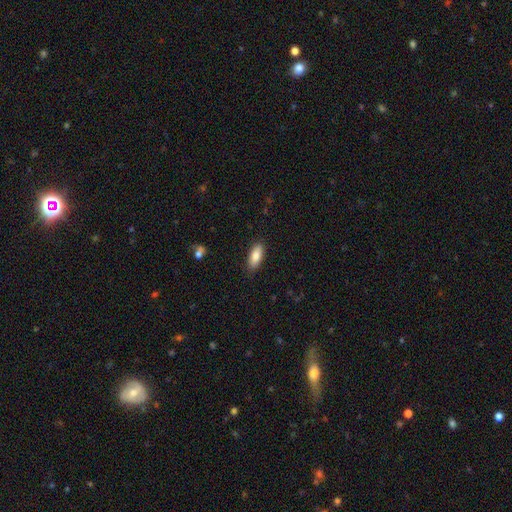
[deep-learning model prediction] Q: Smooth or featured?
A: smooth (85%); runner-up: featured or disk (8%)
Q: How rounded?
A: in between (77%); runner-up: cigar-shaped (21%)
Q: Merging?
A: none (87%); runner-up: minor disturbance (10%)